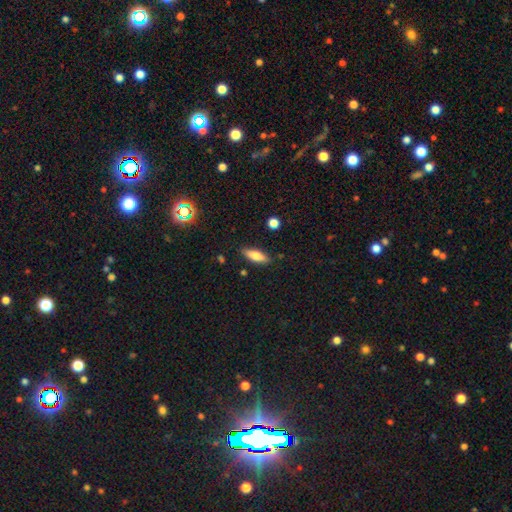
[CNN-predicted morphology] Smooth or featured? smooth (70%)
How rounded? in between (56%)
Merging? none (84%)